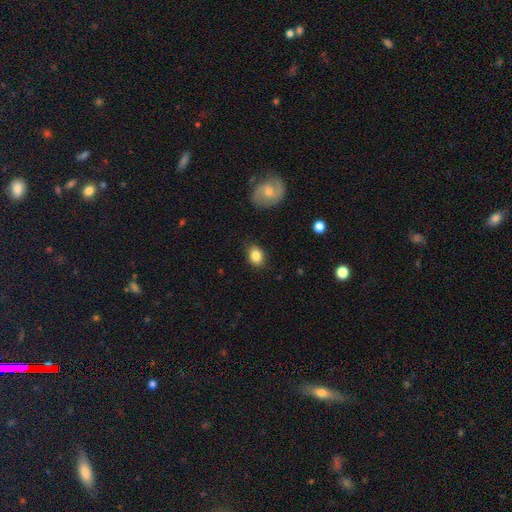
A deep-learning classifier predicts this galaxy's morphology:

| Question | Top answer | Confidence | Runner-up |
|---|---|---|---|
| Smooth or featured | smooth | 85% | star or artifact (8%) |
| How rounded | in between | 63% | round (36%) |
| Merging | none | 85% | minor disturbance (12%) |